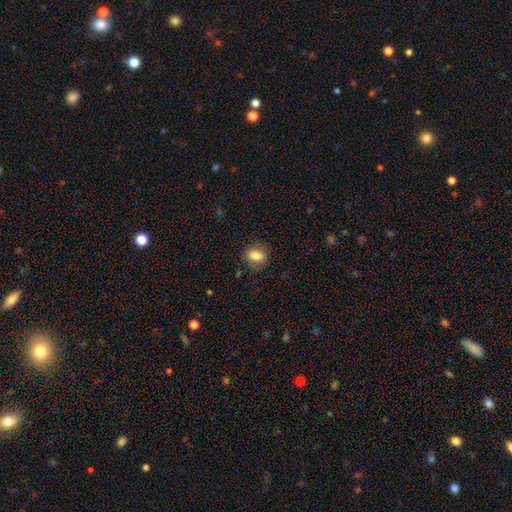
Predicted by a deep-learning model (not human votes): The model was most divided on "how rounded": in between: 56%, round: 43%, cigar-shaped: 2%. More confident: merging — none (82%); smooth or featured — smooth (82%).